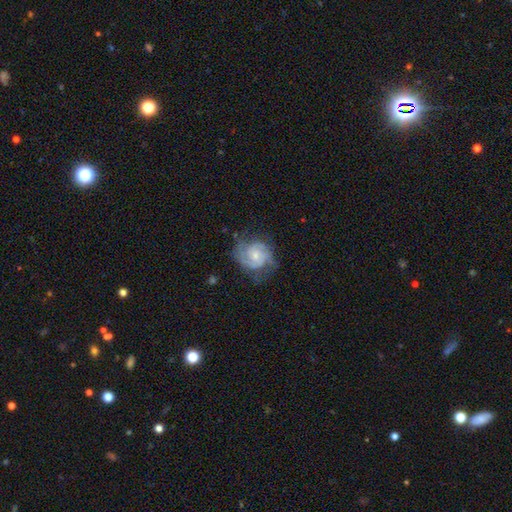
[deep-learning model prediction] featured or disk 79%, smooth 15%, star or artifact 6%. Down the decision tree: edge-on disk — no (98%); bar — no (67%); spiral arms — yes (93%); spiral arm count — 2 (52%); spiral winding — tight (50%); bulge size — small (55%); merging — none (58%).